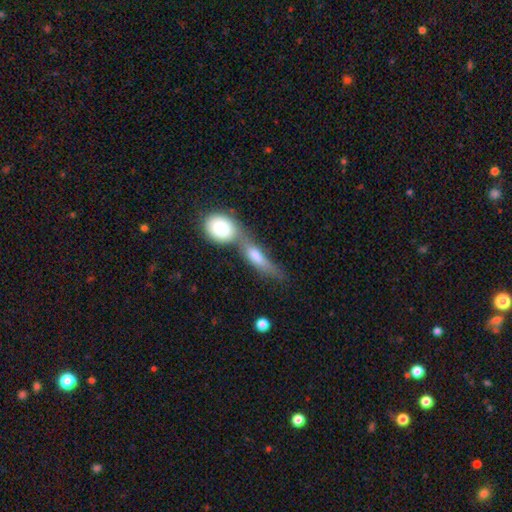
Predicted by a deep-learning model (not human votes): A smooth galaxy with no disk features (59%) that is in between round and cigar-shaped (44%). Merging: merger (58%).